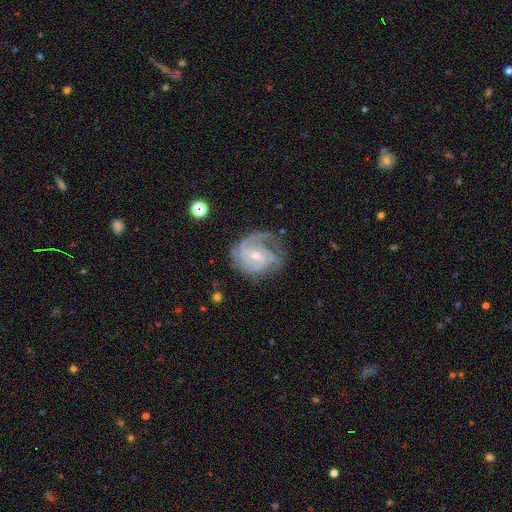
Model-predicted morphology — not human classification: smooth-or-featured: featured or disk: 88% | smooth: 6% | star or artifact: 6%
  disk-edge-on: no: 98% | yes: 2%
    bar: no: 47% | weak: 40% | strong: 12%
    has-spiral-arms: yes: 97% | no: 3%
      spiral-winding: tight: 53% | medium: 39% | loose: 9%
      spiral-arm-count: 3: 34% | 2: 27% | can't tell: 20% | 4: 8% | 1: 6% | more than 4: 5%
    bulge-size: small: 60% | moderate: 37% | none: 1% | large: 1% | dominant: 1%
  merging: none: 61% | minor disturbance: 23% | major disturbance: 15% | merger: 2%